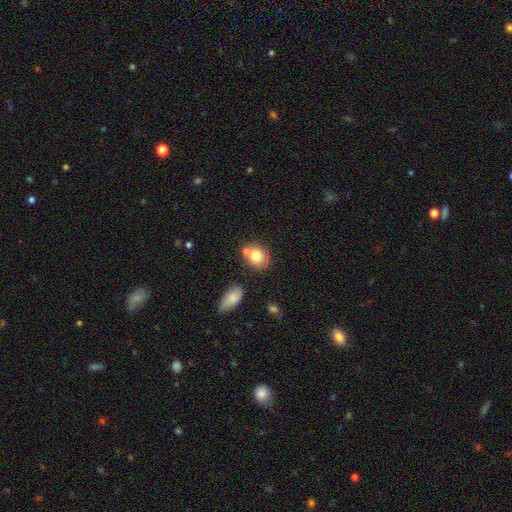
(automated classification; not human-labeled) Smooth or featured: smooth — 77% (featured or disk — 14%)
How rounded: round — 57% (in between — 42%)
Merging: none — 59% (merger — 22%)